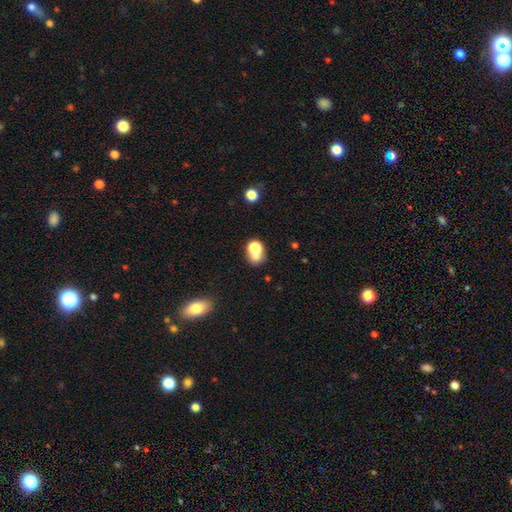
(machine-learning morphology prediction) Q: Smooth or featured?
A: smooth (68%); runner-up: star or artifact (18%)
Q: How rounded?
A: round (60%); runner-up: in between (38%)
Q: Merging?
A: merger (45%); runner-up: none (40%)